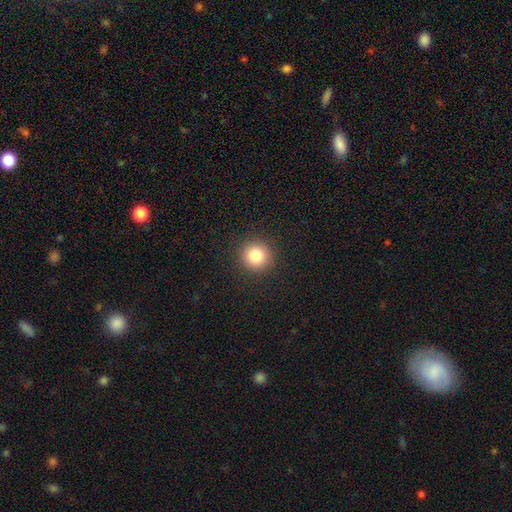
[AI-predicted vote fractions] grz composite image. It shows a smooth galaxy with no disk features (83%) that is round (94%). Merging: none (91%).